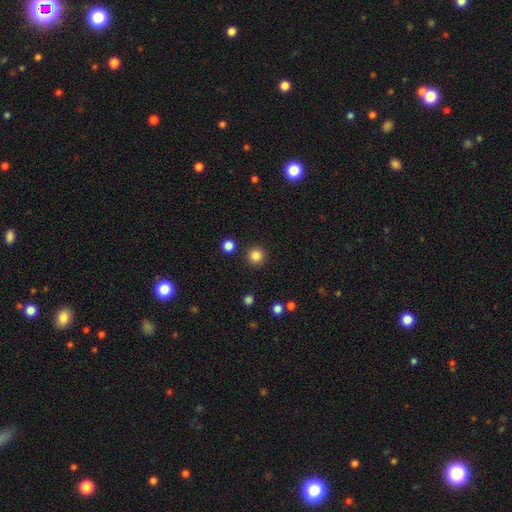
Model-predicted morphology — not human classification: Smooth or featured?
  - smooth: 85% *
  - star or artifact: 12%
  - featured or disk: 3%
How rounded?
  - round: 96% *
  - in between: 3%
  - cigar-shaped: 1%
Merging?
  - none: 91% *
  - minor disturbance: 5%
  - merger: 2%
  - major disturbance: 2%